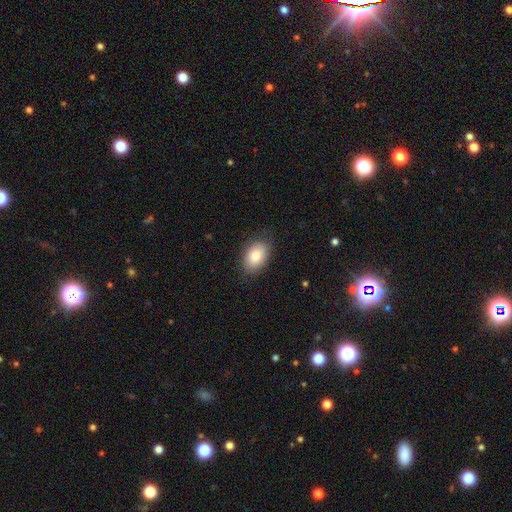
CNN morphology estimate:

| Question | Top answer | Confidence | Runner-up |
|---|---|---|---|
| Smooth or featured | smooth | 83% | featured or disk (10%) |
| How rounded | in between | 87% | round (12%) |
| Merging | none | 82% | minor disturbance (14%) |